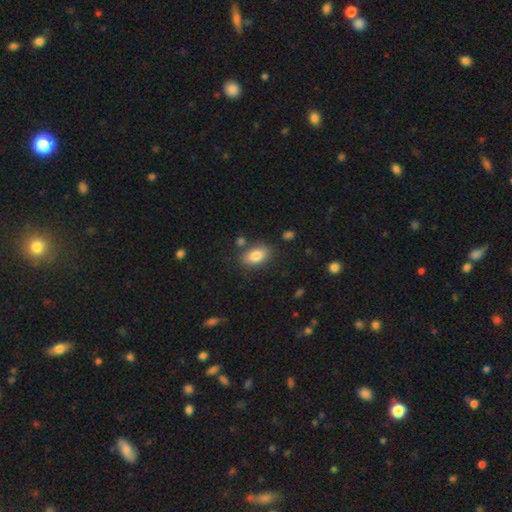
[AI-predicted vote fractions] smooth-or-featured: smooth: 83% | featured or disk: 9% | star or artifact: 8%
  how-rounded: in between: 88% | round: 9% | cigar-shaped: 2%
  merging: none: 79% | minor disturbance: 13% | merger: 5% | major disturbance: 3%